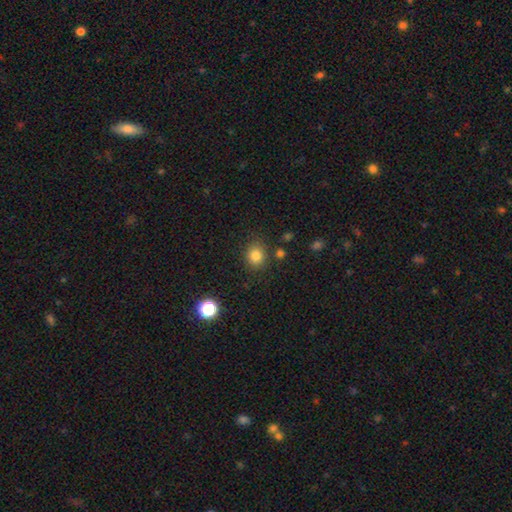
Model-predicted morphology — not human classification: smooth-or-featured: smooth: 82% | star or artifact: 12% | featured or disk: 6%
  how-rounded: round: 75% | in between: 24% | cigar-shaped: 1%
  merging: none: 83% | minor disturbance: 10% | merger: 4% | major disturbance: 3%